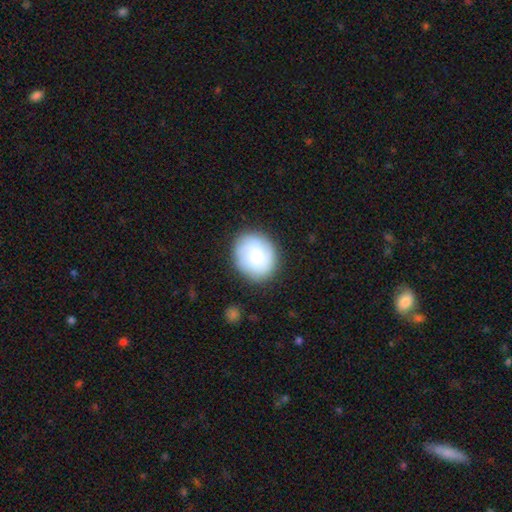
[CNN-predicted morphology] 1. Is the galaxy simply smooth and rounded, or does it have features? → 64% smooth, 28% featured or disk, 8% star or artifact.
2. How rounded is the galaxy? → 64% round, 35% in between, 1% cigar-shaped.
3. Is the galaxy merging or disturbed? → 83% none, 12% minor disturbance, 4% major disturbance, 1% merger.